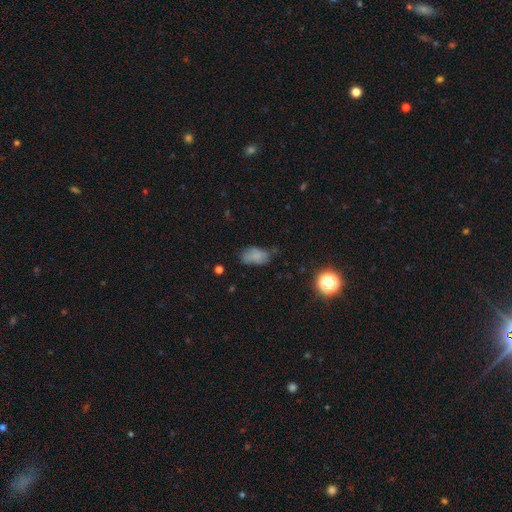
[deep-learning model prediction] Smooth or featured: smooth — 73% (featured or disk — 14%)
How rounded: in between — 91% (round — 7%)
Merging: none — 47% (minor disturbance — 35%)